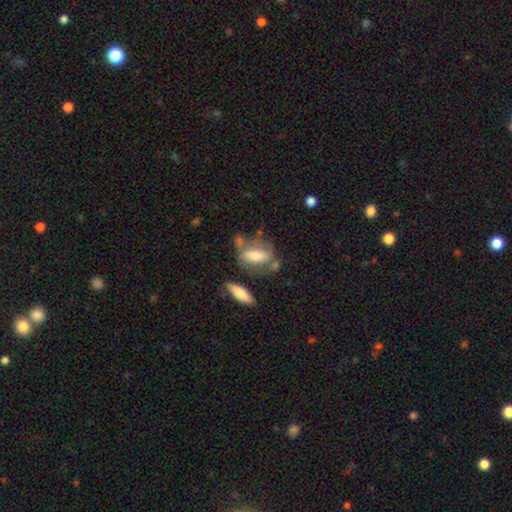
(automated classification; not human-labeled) smooth-or-featured: smooth: 52% | featured or disk: 41% | star or artifact: 8%
  how-rounded: in between: 74% | cigar-shaped: 17% | round: 10%
  merging: none: 46% | minor disturbance: 21% | merger: 19% | major disturbance: 14%